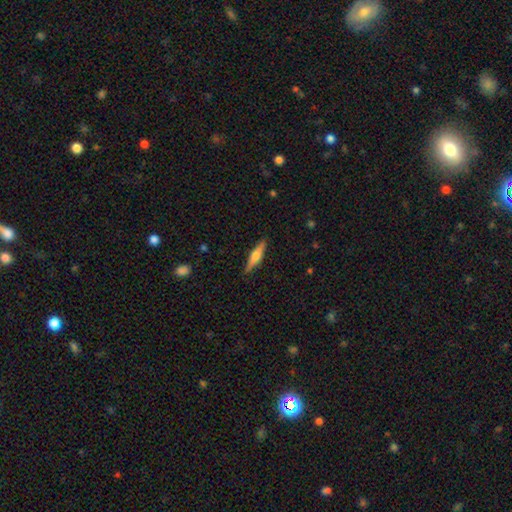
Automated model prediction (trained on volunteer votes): smooth-or-featured: featured or disk: 52% | smooth: 42% | star or artifact: 6%
  disk-edge-on: yes: 96% | no: 4%
  merging: none: 88% | minor disturbance: 9% | major disturbance: 2% | merger: 1%